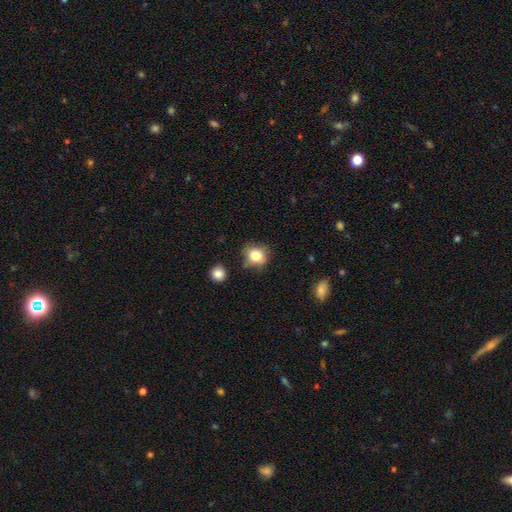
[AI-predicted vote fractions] Overall: smooth (78%). How rounded: round (81%). Merging: none (72%).